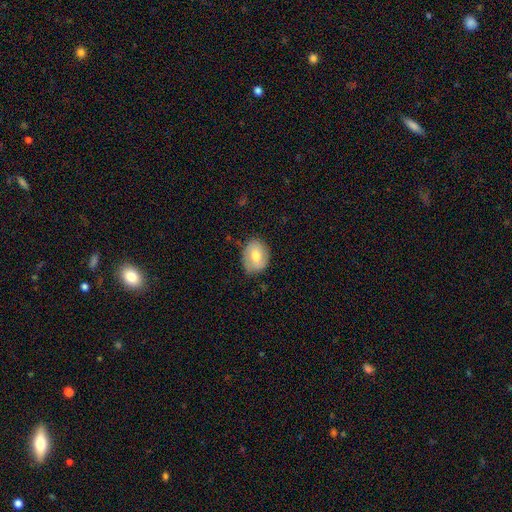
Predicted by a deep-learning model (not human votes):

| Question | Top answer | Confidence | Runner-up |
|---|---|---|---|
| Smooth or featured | smooth | 64% | featured or disk (29%) |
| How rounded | in between | 54% | round (45%) |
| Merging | none | 74% | minor disturbance (20%) |